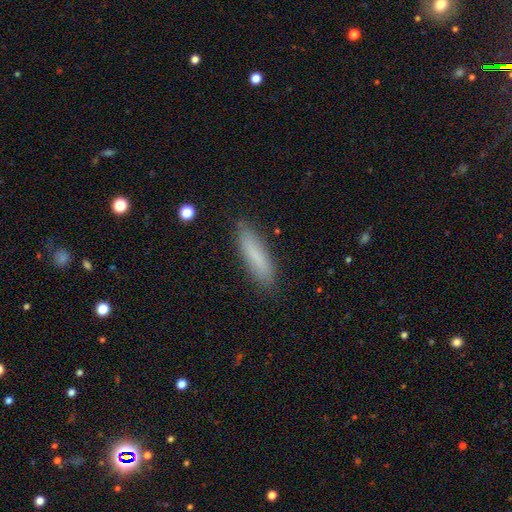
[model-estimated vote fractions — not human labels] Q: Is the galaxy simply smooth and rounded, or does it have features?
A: smooth — 78%.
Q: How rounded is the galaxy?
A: cigar-shaped — 73%.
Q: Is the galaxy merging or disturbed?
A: none — 83%.